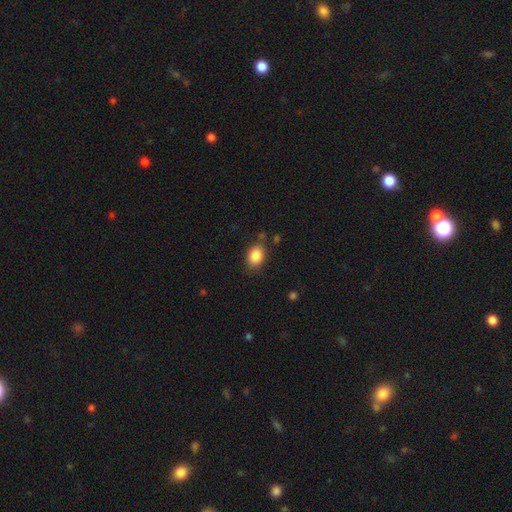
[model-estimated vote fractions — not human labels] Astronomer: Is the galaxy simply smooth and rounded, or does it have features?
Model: smooth — 87%.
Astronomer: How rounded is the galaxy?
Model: in between — 75%.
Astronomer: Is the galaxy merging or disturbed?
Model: none — 79%.